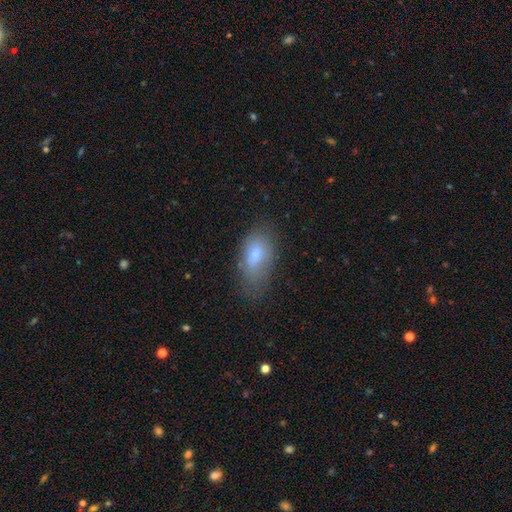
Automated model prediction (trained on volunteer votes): smooth_or_featured: smooth (p=0.75) [alt: featured or disk p=0.16]
how_rounded: in between (p=0.89) [alt: cigar-shaped p=0.06]
merging: none (p=0.60) [alt: minor disturbance p=0.27]